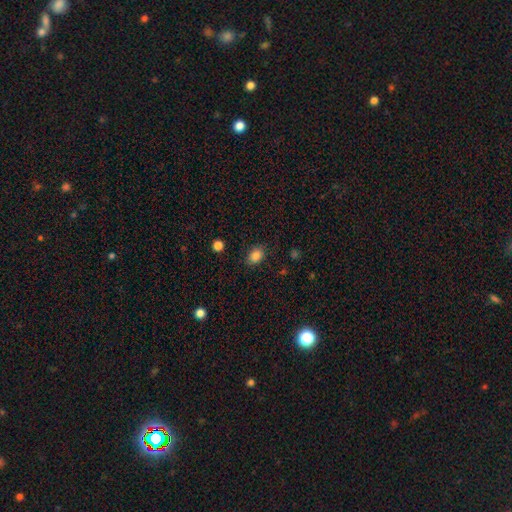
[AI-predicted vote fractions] Morphology: type=smooth (86%); roundness=in between (73%); merging=none (82%).